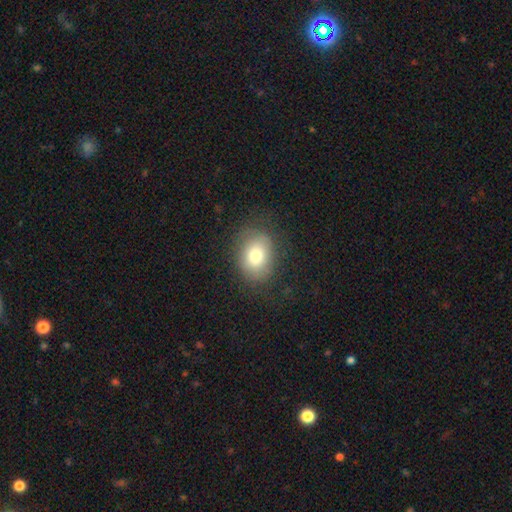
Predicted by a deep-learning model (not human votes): Q: Smooth or featured?
A: smooth (76%); runner-up: featured or disk (14%)
Q: How rounded?
A: in between (59%); runner-up: round (40%)
Q: Merging?
A: none (78%); runner-up: minor disturbance (15%)